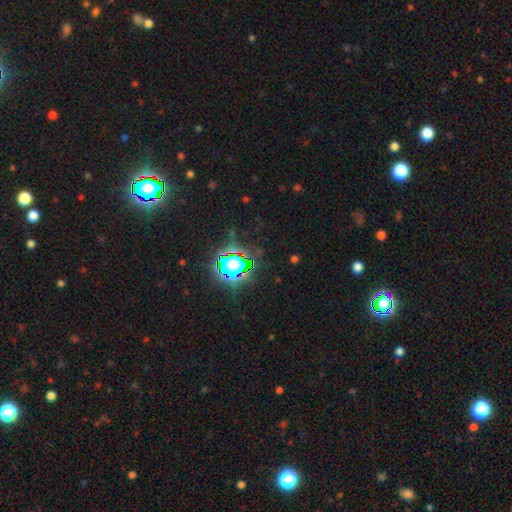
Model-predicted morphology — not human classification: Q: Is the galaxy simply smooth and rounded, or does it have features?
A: star or artifact — 81%.